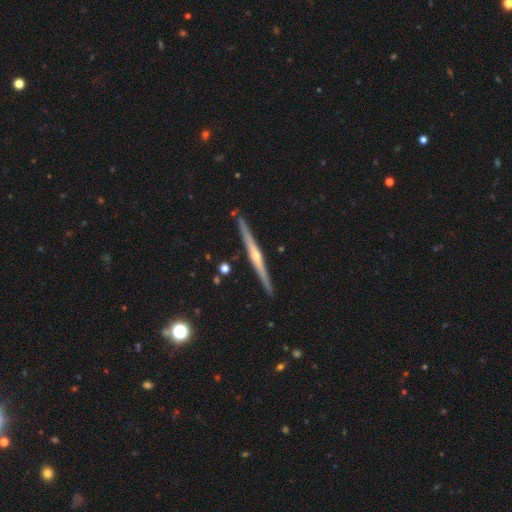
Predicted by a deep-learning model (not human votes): This is clearly a featured or disk galaxy (81%). It is clearly viewed edge-on (98%). Edge-on bulge: likely rounded (80%). Merging: clearly none (91%).